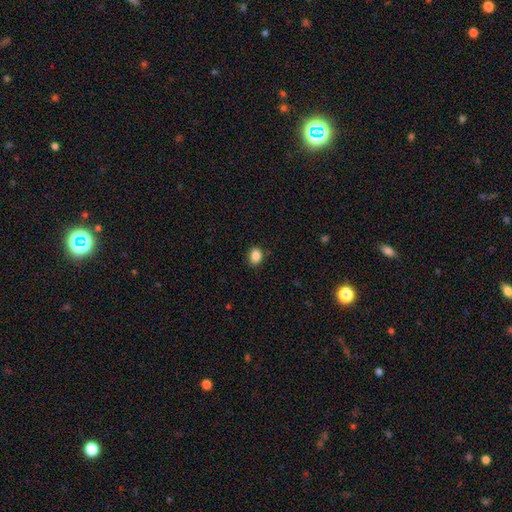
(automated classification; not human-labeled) Overall: smooth (87%). How rounded: round (52%; in between 47%). Merging: none (85%).